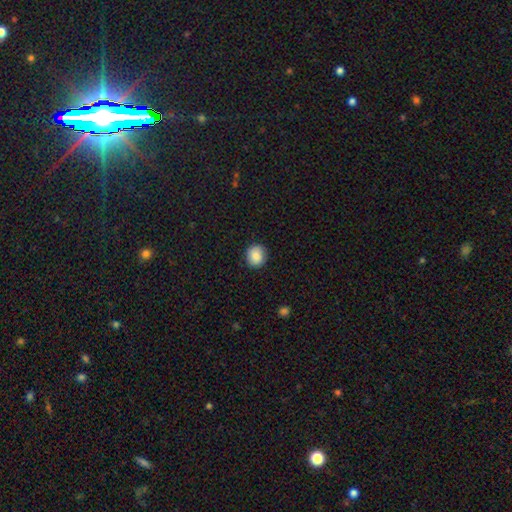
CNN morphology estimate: Smooth or featured: smooth — 87% (star or artifact — 8%)
How rounded: round — 83% (in between — 16%)
Merging: none — 88% (minor disturbance — 8%)